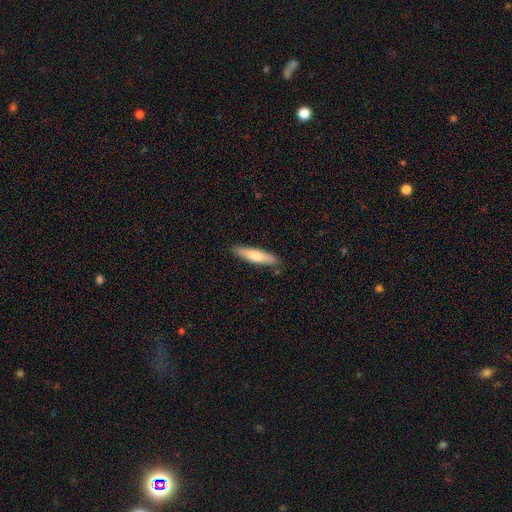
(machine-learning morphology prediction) This is likely a smooth galaxy (73%). How rounded: likely cigar-shaped (78%). Merging: clearly none (85%).